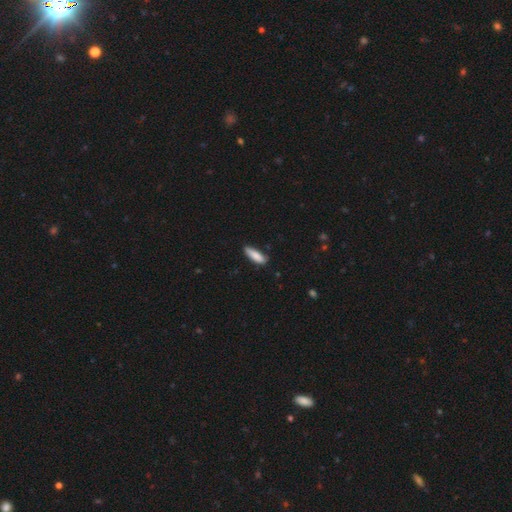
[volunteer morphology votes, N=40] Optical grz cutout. It shows a smooth galaxy with no disk features (88%) that is cigar-shaped (63%). Merging: none (81%).